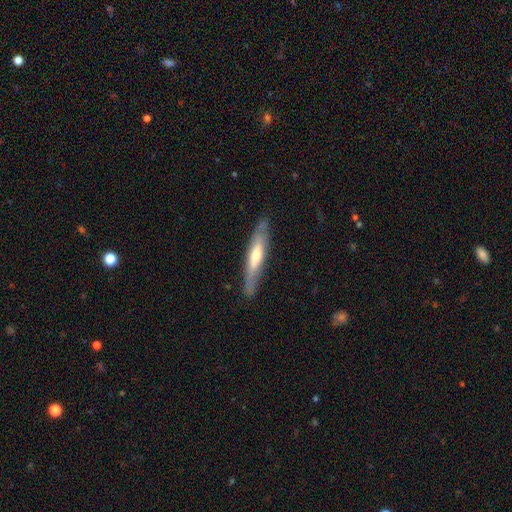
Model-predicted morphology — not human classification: A featured or disk galaxy (53%) viewed edge-on (76%).

Vote fractions:
- Smooth or featured? featured or disk: 53% / smooth: 41% / star or artifact: 6%
- Edge-on disk? yes: 76% / no: 24%
- Merging? none: 81% / minor disturbance: 15% / major disturbance: 3% / merger: 1%